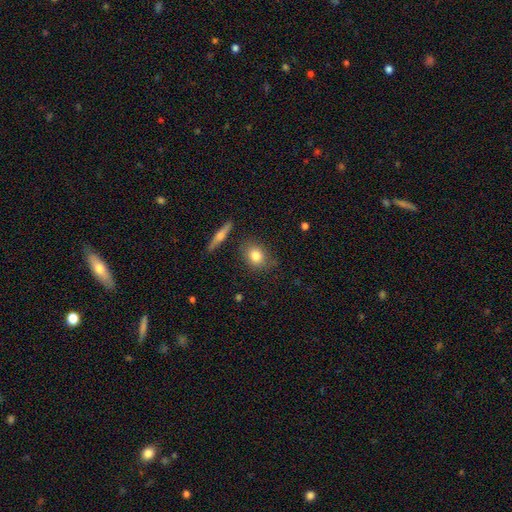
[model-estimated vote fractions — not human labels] This is clearly a smooth galaxy (81%). How rounded: possibly in between (49%). Merging: likely none (77%).